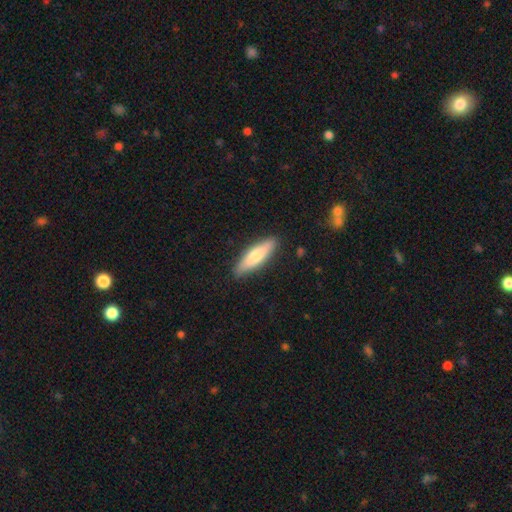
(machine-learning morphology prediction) A smooth galaxy with no disk features (72%) that is cigar-shaped (65%).

Vote fractions:
- Smooth or featured? smooth: 72% / featured or disk: 23% / star or artifact: 5%
- How rounded? cigar-shaped: 65% / in between: 33% / round: 2%
- Merging? none: 87% / minor disturbance: 10% / major disturbance: 2% / merger: 1%